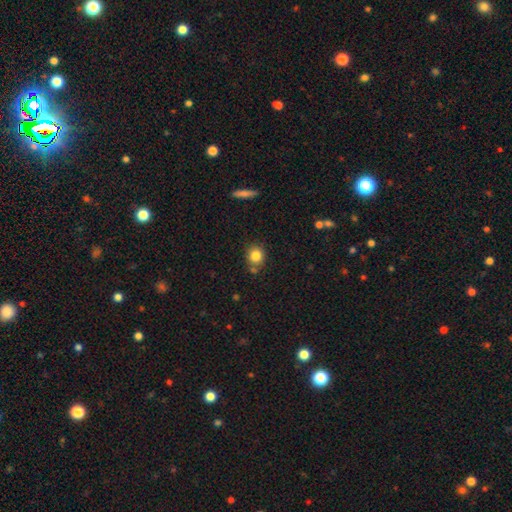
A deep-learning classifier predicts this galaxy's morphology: smooth-or-featured: smooth: 82% | star or artifact: 11% | featured or disk: 7%
  how-rounded: round: 81% | in between: 18% | cigar-shaped: 1%
  merging: none: 74% | minor disturbance: 12% | merger: 11% | major disturbance: 3%